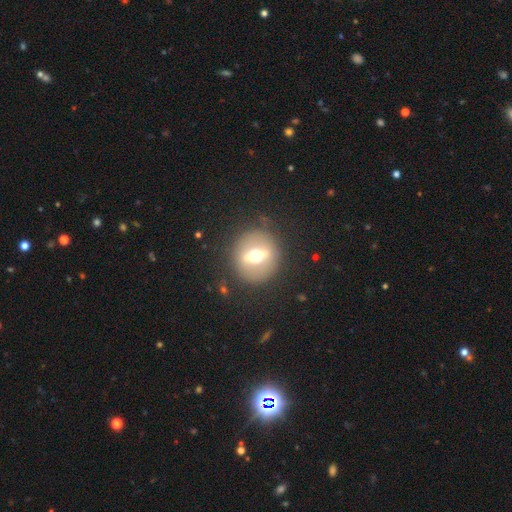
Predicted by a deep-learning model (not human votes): This is possibly a featured or disk galaxy (58%). It is likely not viewed edge-on (64%). Merging: clearly none (84%).